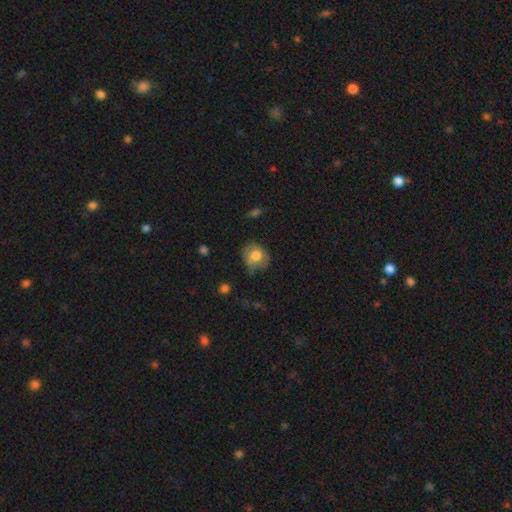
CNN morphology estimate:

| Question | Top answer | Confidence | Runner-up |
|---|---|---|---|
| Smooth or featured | smooth | 73% | featured or disk (18%) |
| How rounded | round | 71% | in between (28%) |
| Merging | none | 61% | minor disturbance (28%) |